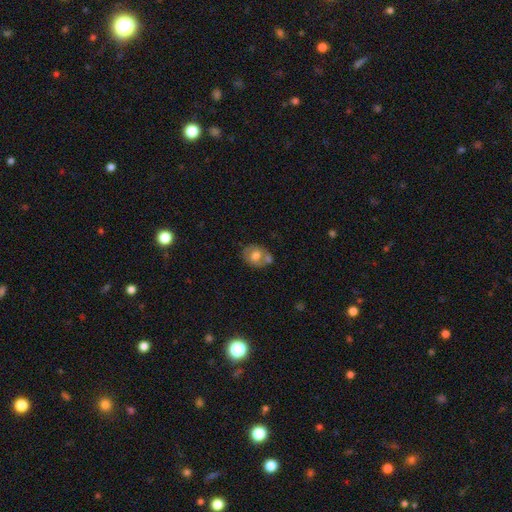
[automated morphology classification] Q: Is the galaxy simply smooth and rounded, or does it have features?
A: smooth — 58%.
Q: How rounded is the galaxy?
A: in between — 54%.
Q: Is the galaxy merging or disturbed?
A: none — 42%.